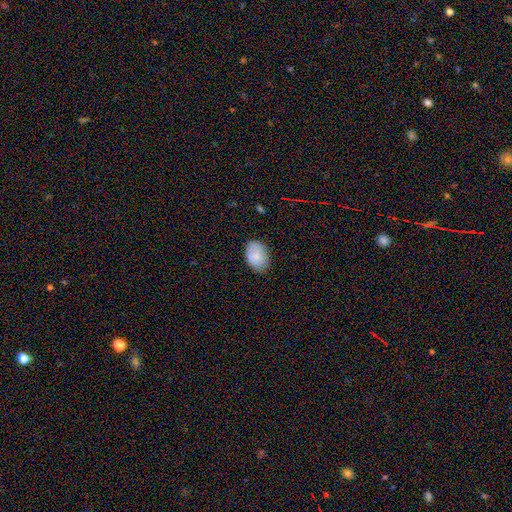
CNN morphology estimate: smooth-or-featured: smooth: 83% | featured or disk: 10% | star or artifact: 7%
  how-rounded: in between: 85% | round: 14% | cigar-shaped: 1%
  merging: none: 79% | minor disturbance: 17% | major disturbance: 3% | merger: 1%